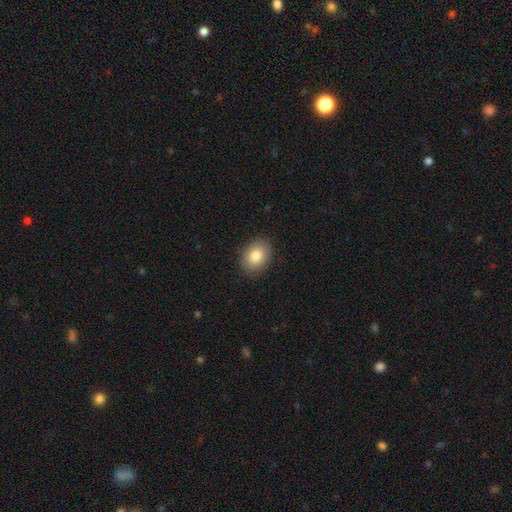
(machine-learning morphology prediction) Smooth or featured? smooth (83%)
How rounded? in between (67%)
Merging? none (87%)